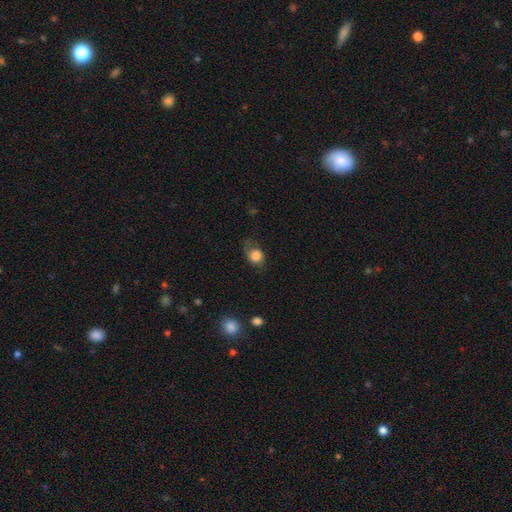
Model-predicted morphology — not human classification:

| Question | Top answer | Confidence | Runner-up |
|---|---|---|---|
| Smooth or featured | smooth | 73% | featured or disk (18%) |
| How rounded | round | 60% | in between (39%) |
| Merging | none | 46% | minor disturbance (28%) |